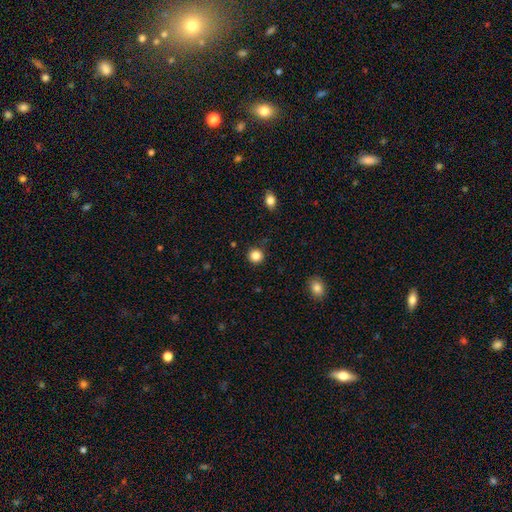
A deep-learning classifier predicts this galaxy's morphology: Overall: smooth (85%). How rounded: round (94%). Merging: none (89%).